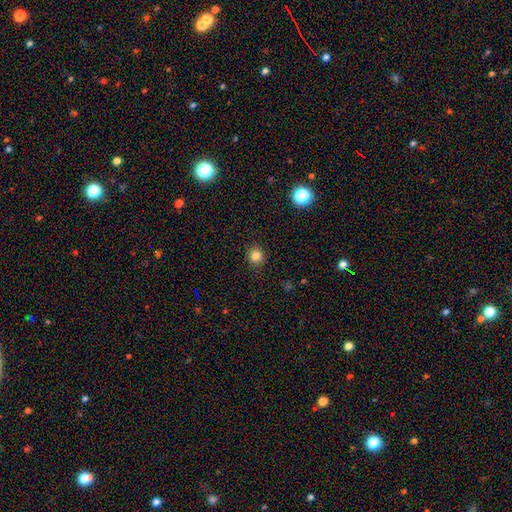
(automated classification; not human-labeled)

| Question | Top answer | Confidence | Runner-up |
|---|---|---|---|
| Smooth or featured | smooth | 82% | star or artifact (13%) |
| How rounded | round | 88% | in between (11%) |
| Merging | none | 90% | minor disturbance (7%) |